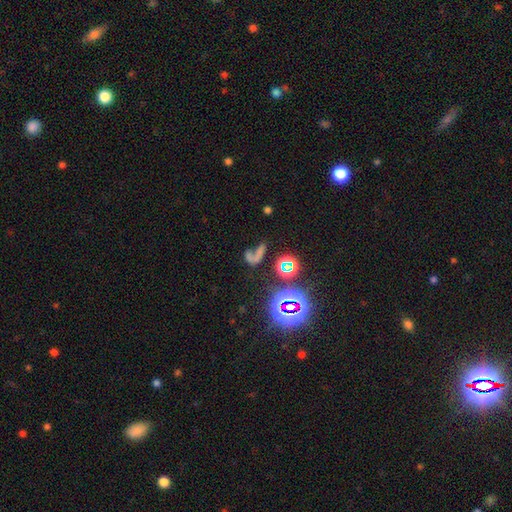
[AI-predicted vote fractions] star or artifact 35%, smooth 34%, featured or disk 31%.